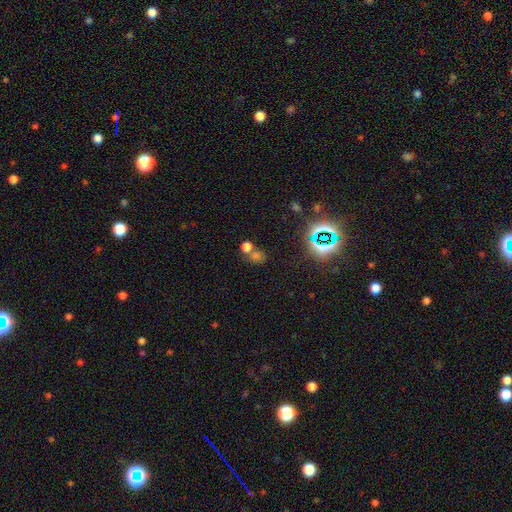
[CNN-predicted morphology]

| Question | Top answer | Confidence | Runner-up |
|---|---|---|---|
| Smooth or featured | star or artifact | 49% | smooth (41%) |